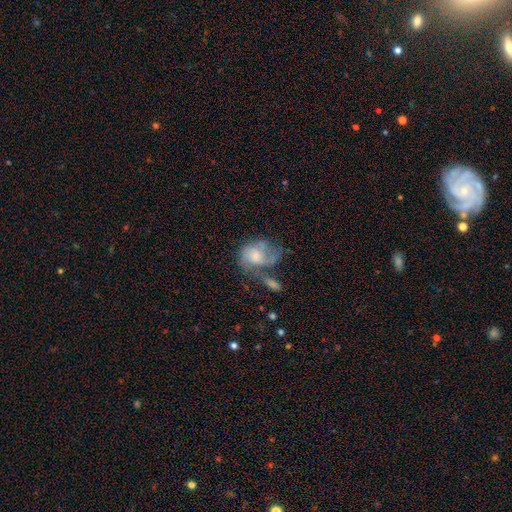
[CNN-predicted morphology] smooth_or_featured: featured or disk (p=0.55) [alt: smooth p=0.38]
disk_edge_on: no (p=0.97) [alt: yes p=0.03]
bar: no (p=0.75) [alt: weak p=0.22]
has_spiral_arms: yes (p=0.70) [alt: no p=0.30]
bulge_size: moderate (p=0.38) [tied with: small p=0.38]
merging: major disturbance (p=0.36) [alt: none p=0.23]